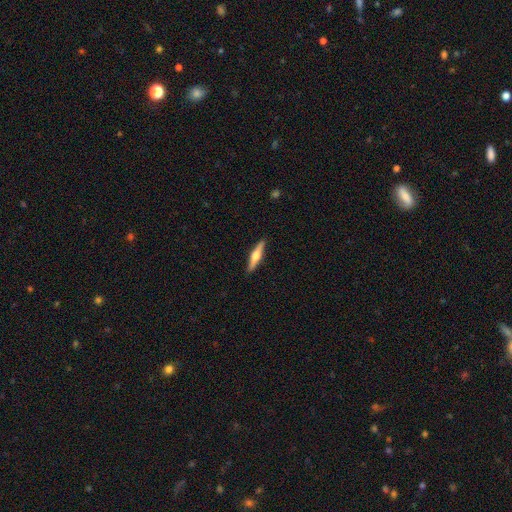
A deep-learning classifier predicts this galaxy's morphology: Smooth or featured? featured or disk (63%)
Edge-on disk? yes (97%)
Edge-on bulge? rounded (93%)
Merging? none (91%)